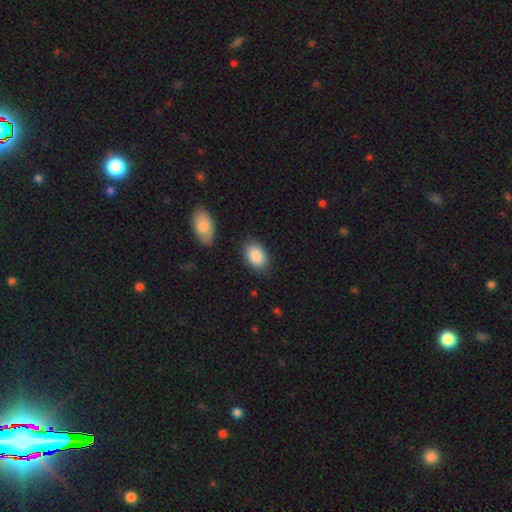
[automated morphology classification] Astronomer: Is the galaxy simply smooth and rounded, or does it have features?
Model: smooth — 89%.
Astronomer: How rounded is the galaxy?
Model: in between — 86%.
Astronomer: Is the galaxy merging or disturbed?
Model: none — 81%.